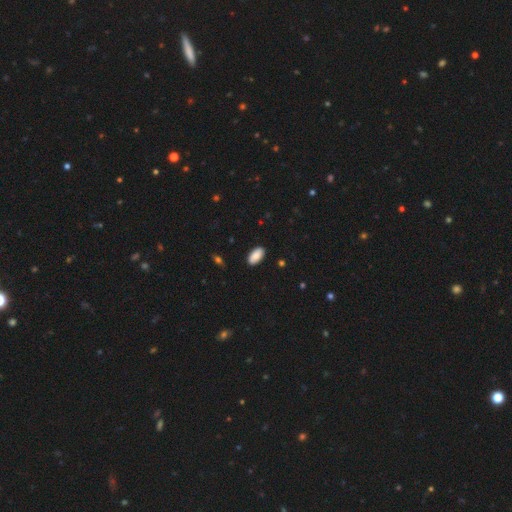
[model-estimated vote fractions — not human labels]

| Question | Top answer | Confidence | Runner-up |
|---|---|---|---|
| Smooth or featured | smooth | 88% | star or artifact (6%) |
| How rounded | in between | 95% | cigar-shaped (3%) |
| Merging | none | 89% | minor disturbance (8%) |